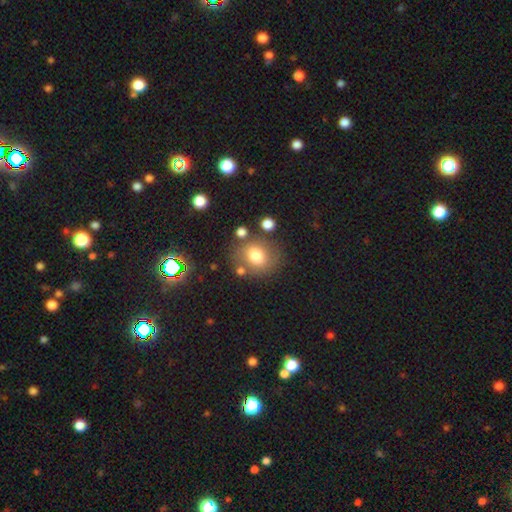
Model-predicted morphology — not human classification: This appears to be a smooth galaxy with no disk features (74%) that is round (66%). Merging: none (71%).